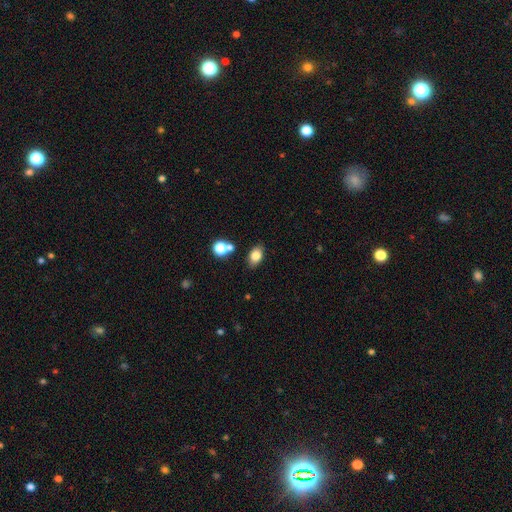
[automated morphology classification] type=smooth (80%); roundness=in between (81%); merging=none (79%).